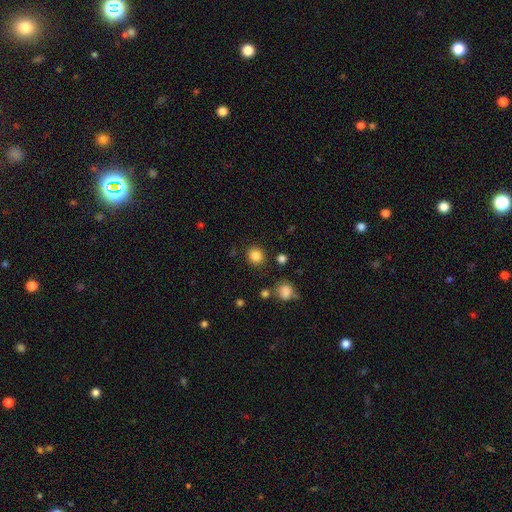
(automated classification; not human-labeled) Morphology: type=smooth (84%); roundness=round (87%); merging=none (87%).